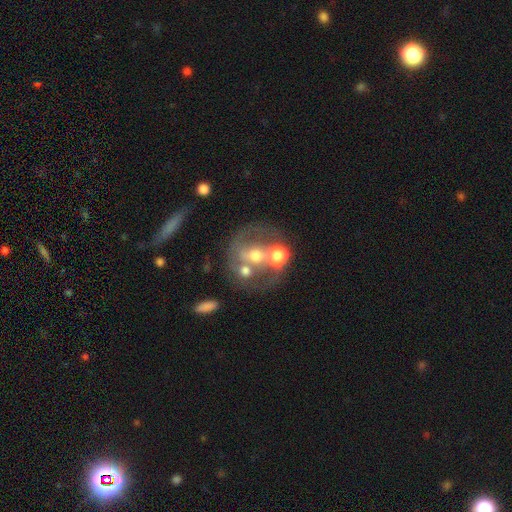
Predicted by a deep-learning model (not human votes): smooth_or_featured: featured or disk (p=0.57) [alt: smooth p=0.32]
disk_edge_on: no (p=0.96) [alt: yes p=0.04]
bar: no (p=0.57) [alt: weak p=0.25]
has_spiral_arms: no (p=0.58) [alt: yes p=0.42]
bulge_size: moderate (p=0.59) [alt: small p=0.19]
merging: none (p=0.38) [tied with: merger p=0.38]